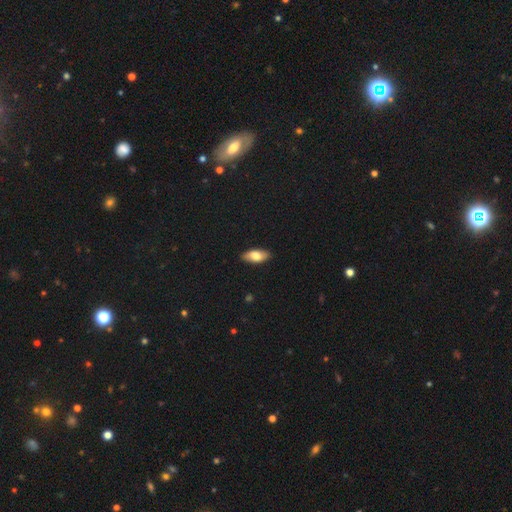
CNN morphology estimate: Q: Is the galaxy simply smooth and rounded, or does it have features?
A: smooth — 76%.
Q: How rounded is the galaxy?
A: in between — 88%.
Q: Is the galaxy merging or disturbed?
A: none — 89%.